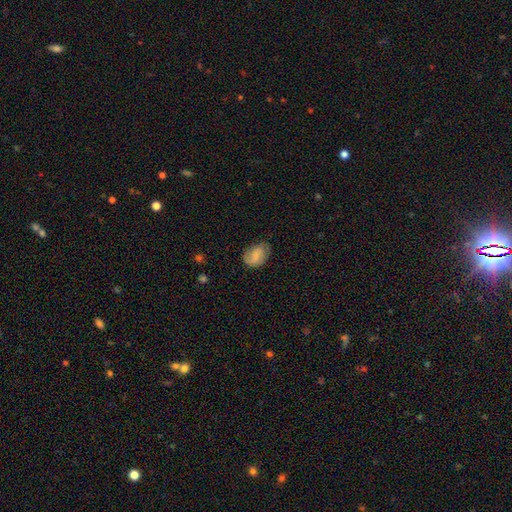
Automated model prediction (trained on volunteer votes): Q: Smooth or featured?
A: smooth (62%); runner-up: featured or disk (30%)
Q: How rounded?
A: in between (77%); runner-up: round (22%)
Q: Merging?
A: none (63%); runner-up: minor disturbance (26%)